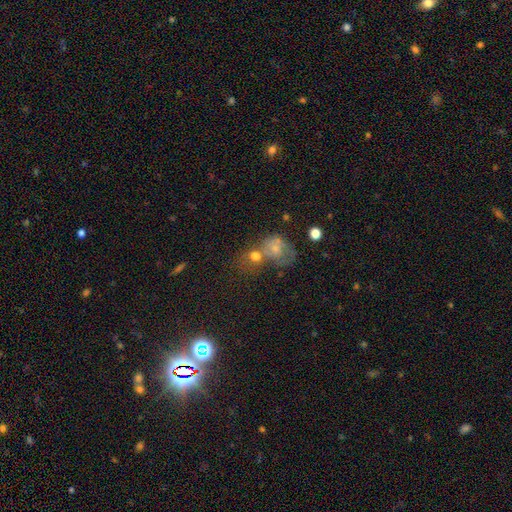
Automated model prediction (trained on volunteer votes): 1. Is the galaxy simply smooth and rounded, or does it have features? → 49% star or artifact, 34% smooth, 16% featured or disk.